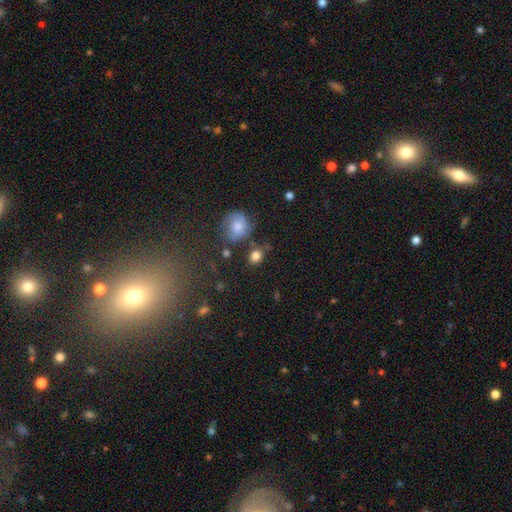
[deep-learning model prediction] Smooth or featured? Predicted: smooth (p=0.82). How rounded? Predicted: round (p=0.60). Merging? Predicted: none (p=0.70).